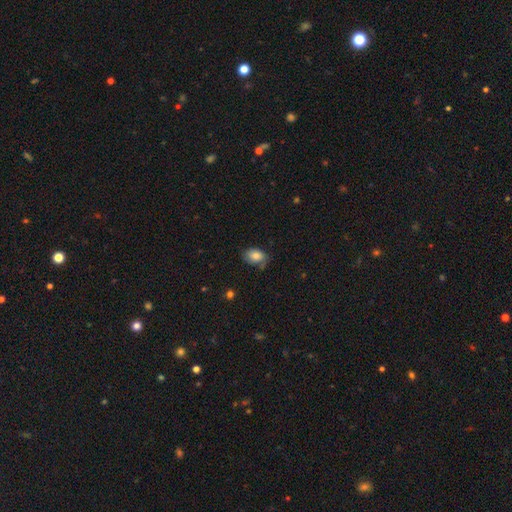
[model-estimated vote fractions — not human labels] Overall: smooth (80%). How rounded: in between (85%). Merging: none (64%; minor disturbance 26%).